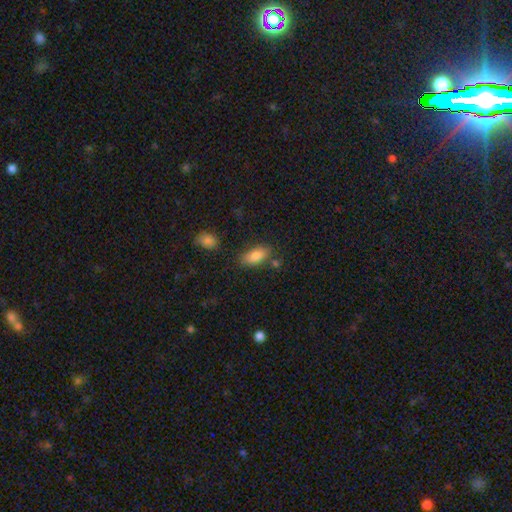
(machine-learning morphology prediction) smooth-or-featured: smooth: 84% | featured or disk: 9% | star or artifact: 7%
  how-rounded: in between: 90% | cigar-shaped: 7% | round: 3%
  merging: none: 74% | minor disturbance: 15% | merger: 7% | major disturbance: 4%